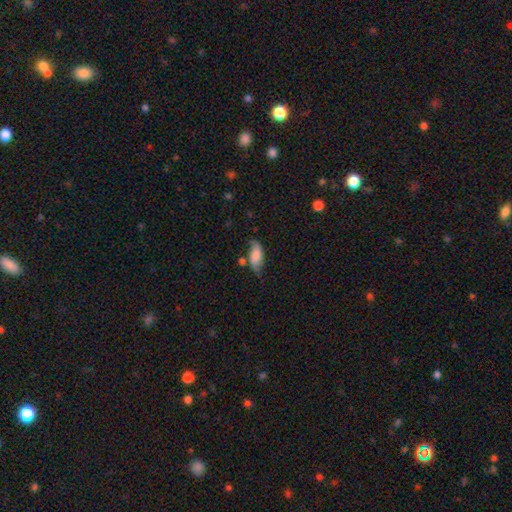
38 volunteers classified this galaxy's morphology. Smooth or featured: smooth — 53% (featured or disk — 39%)
How rounded: in between — 80% (cigar-shaped — 15%)
Merging: none — 43% (minor disturbance — 37%)